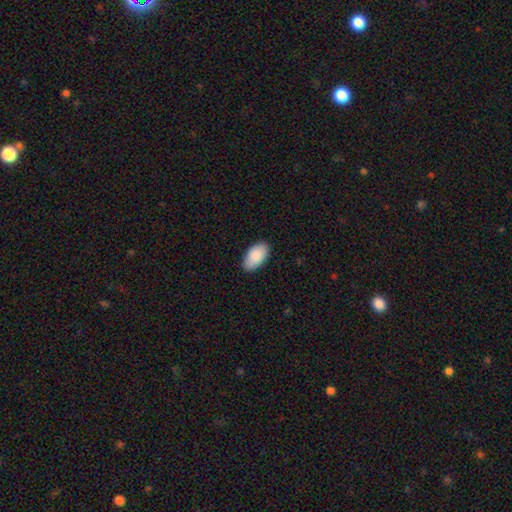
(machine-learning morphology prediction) Smooth or featured: smooth — 90% (star or artifact — 6%)
How rounded: in between — 96% (round — 3%)
Merging: none — 85% (minor disturbance — 12%)